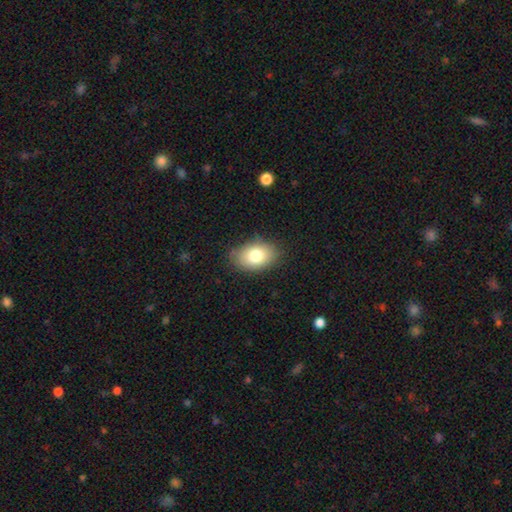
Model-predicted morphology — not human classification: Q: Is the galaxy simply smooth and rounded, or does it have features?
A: smooth — 78%.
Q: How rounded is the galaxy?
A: in between — 82%.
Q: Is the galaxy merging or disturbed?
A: none — 82%.